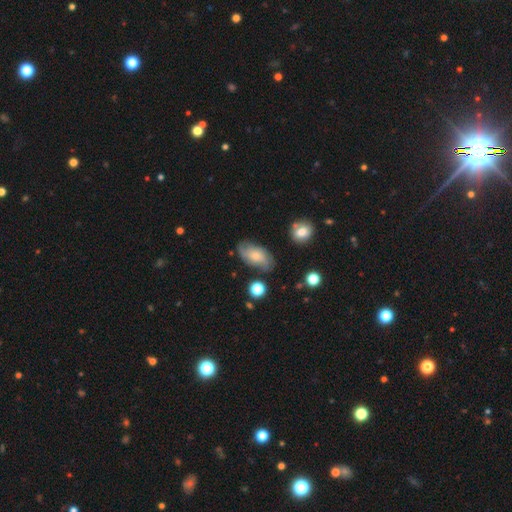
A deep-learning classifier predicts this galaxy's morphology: smooth_or_featured: smooth (p=0.55) [alt: featured or disk p=0.37]
how_rounded: in between (p=0.91) [alt: round p=0.06]
merging: none (p=0.70) [alt: minor disturbance p=0.21]